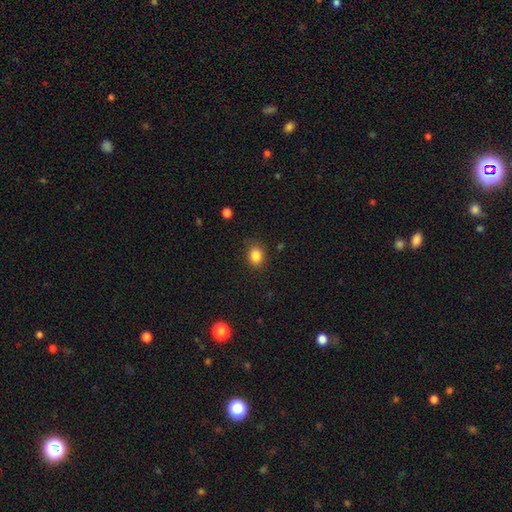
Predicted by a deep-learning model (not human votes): This is clearly a smooth galaxy (85%). How rounded: possibly round (60%). Merging: clearly none (83%).